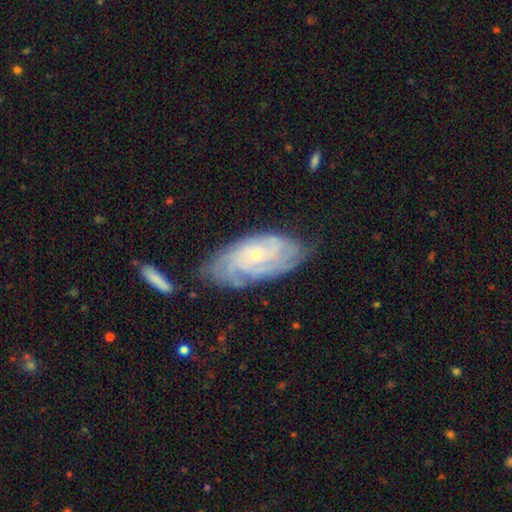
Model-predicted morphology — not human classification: smooth_or_featured: featured or disk (p=0.81) [alt: smooth p=0.12]
disk_edge_on: no (p=0.94) [alt: yes p=0.06]
bar: no (p=0.77) [alt: weak p=0.18]
has_spiral_arms: yes (p=0.95) [alt: no p=0.05]
spiral_winding: tight (p=0.75) [alt: medium p=0.21]
spiral_arm_count: can't tell (p=0.37) [alt: 4 p=0.22]
bulge_size: small (p=0.78) [alt: moderate p=0.19]
merging: none (p=0.70) [alt: minor disturbance p=0.21]